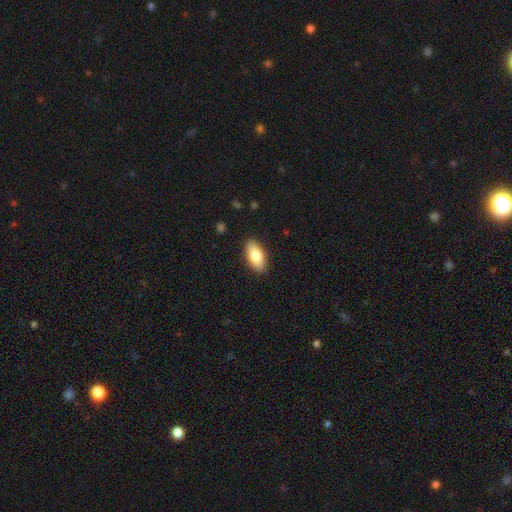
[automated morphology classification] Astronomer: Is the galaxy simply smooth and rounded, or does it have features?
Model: smooth — 82%.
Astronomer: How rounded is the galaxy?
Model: in between — 91%.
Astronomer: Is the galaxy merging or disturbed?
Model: none — 89%.